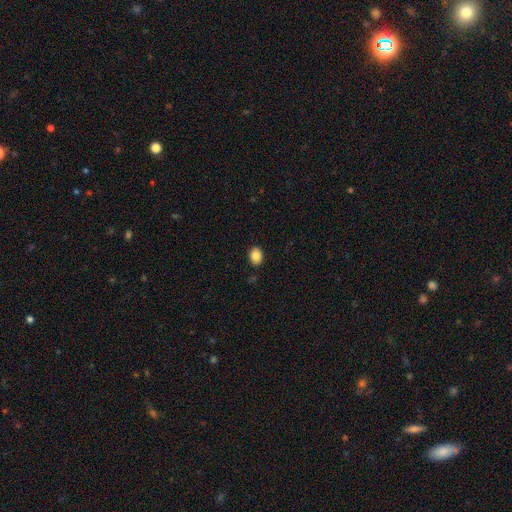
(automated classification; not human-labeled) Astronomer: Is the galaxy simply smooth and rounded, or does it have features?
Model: smooth — 86%.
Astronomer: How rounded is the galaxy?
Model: in between — 67%.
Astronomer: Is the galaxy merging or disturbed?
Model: none — 88%.